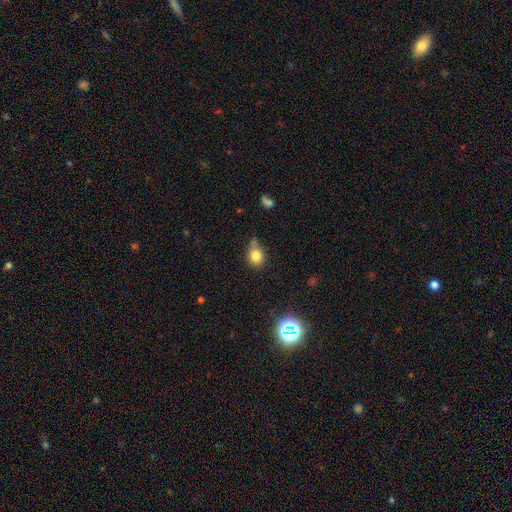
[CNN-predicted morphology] Smooth or featured? Predicted: smooth (p=0.80). How rounded? Predicted: round (p=0.73). Merging? Predicted: none (p=0.62).